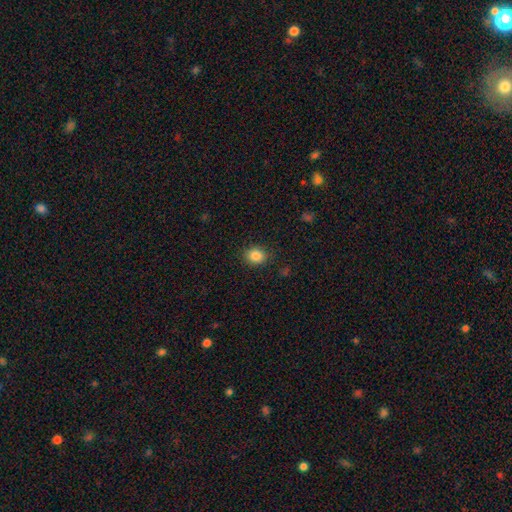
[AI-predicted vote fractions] Overall: smooth (86%). How rounded: round (62%; in between 37%). Merging: none (87%).